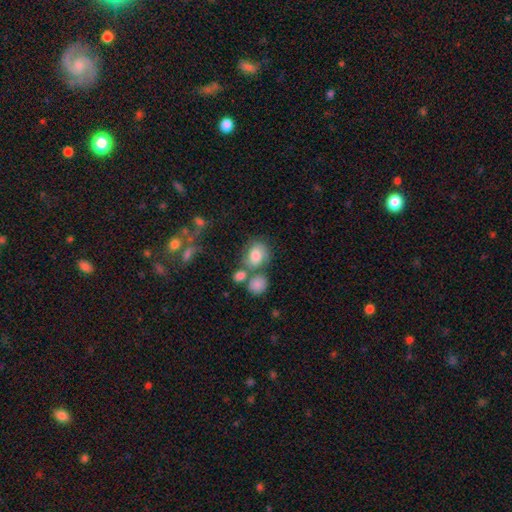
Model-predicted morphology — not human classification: Smooth or featured: smooth — 71% (featured or disk — 20%)
How rounded: in between — 51% (round — 47%)
Merging: none — 41% (merger — 31%)